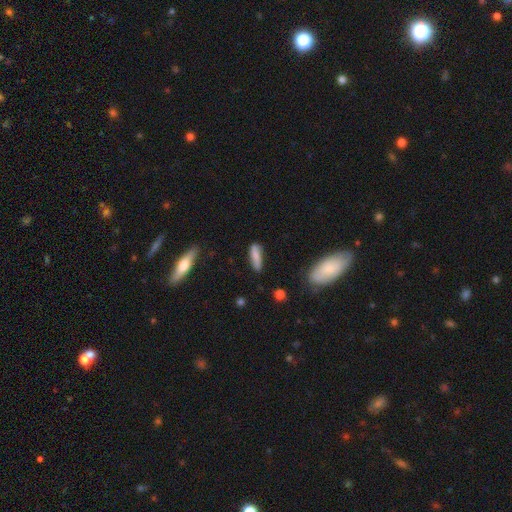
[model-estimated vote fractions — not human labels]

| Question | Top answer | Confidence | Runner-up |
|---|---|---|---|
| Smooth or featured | smooth | 76% | featured or disk (16%) |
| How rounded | cigar-shaped | 56% | in between (42%) |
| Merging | none | 71% | minor disturbance (21%) |